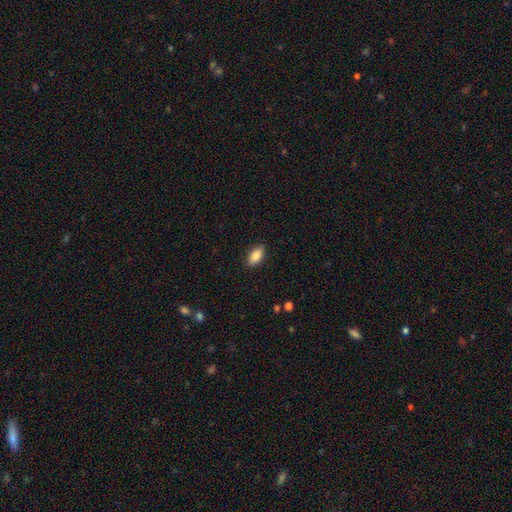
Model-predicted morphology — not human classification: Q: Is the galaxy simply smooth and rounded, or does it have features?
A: smooth — 87%.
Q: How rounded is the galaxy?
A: in between — 91%.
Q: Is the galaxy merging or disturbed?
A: none — 89%.